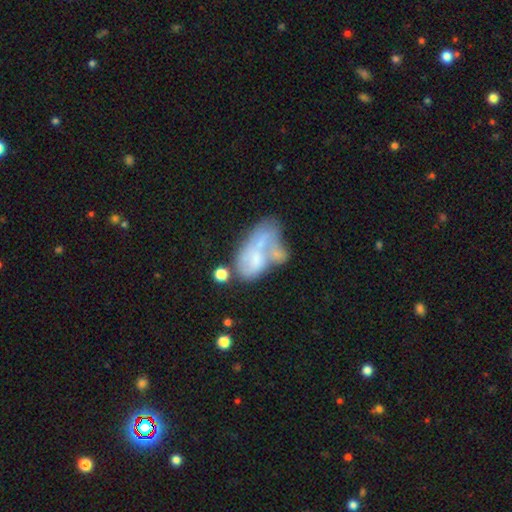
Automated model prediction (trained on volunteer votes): Smooth or featured? Predicted: featured or disk (p=0.47). Merging? Predicted: merger (p=0.43).